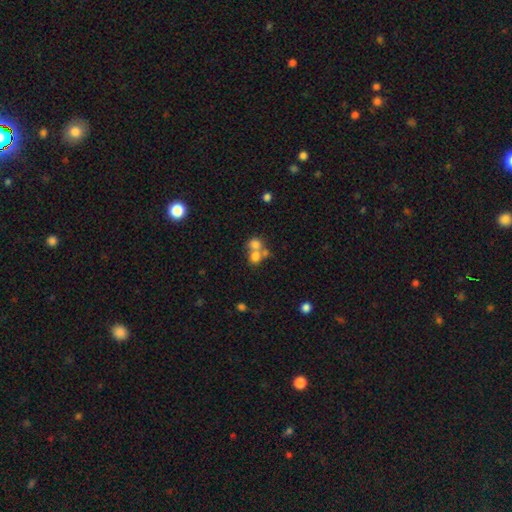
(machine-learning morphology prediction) Smooth or featured? smooth (72%)
How rounded? round (78%)
Merging? merger (58%)